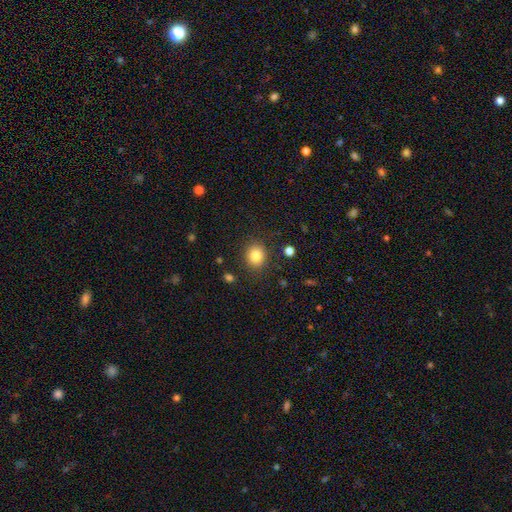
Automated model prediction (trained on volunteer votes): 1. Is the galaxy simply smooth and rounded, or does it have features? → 84% smooth, 10% star or artifact, 6% featured or disk.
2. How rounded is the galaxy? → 70% round, 29% in between, 1% cigar-shaped.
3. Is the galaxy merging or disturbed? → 86% none, 9% minor disturbance, 3% major disturbance, 2% merger.